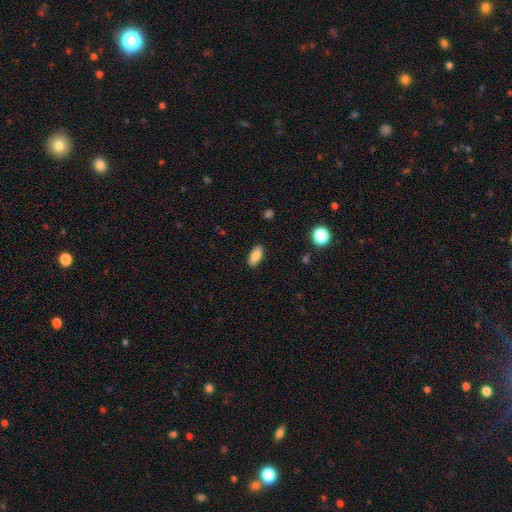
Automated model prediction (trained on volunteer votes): smooth-or-featured: smooth: 85% | star or artifact: 8% | featured or disk: 7%
  how-rounded: in between: 87% | cigar-shaped: 10% | round: 3%
  merging: none: 88% | minor disturbance: 8% | major disturbance: 2% | merger: 1%